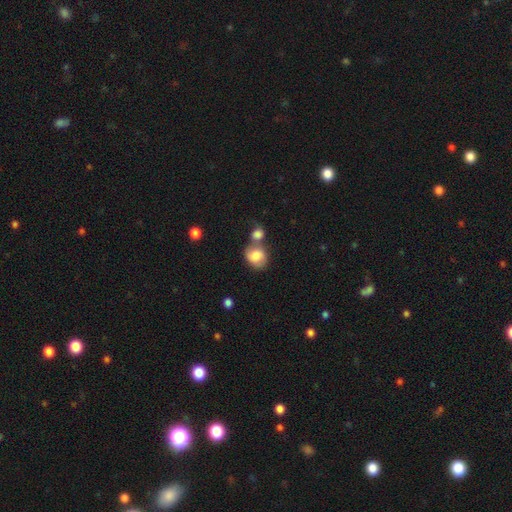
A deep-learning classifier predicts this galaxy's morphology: Q: Smooth or featured?
A: smooth (79%); runner-up: featured or disk (14%)
Q: How rounded?
A: round (59%); runner-up: in between (40%)
Q: Merging?
A: merger (43%); runner-up: none (38%)